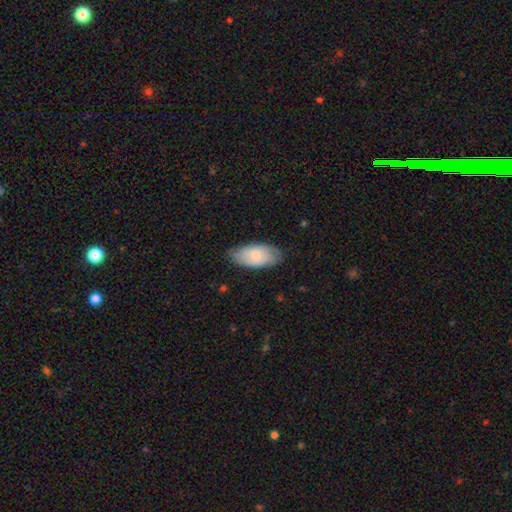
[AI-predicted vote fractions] Q: Smooth or featured?
A: smooth (79%); runner-up: featured or disk (16%)
Q: How rounded?
A: in between (94%); runner-up: cigar-shaped (4%)
Q: Merging?
A: none (76%); runner-up: minor disturbance (19%)